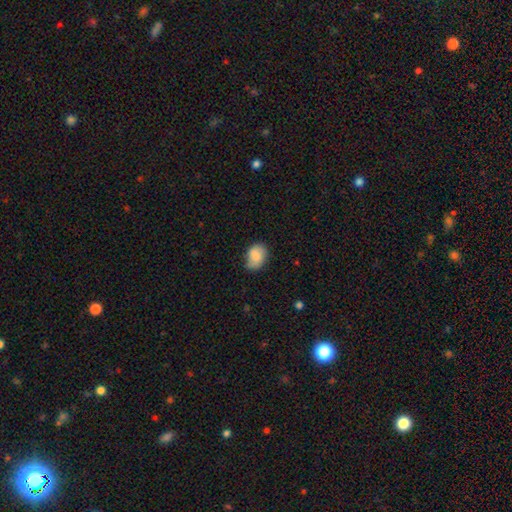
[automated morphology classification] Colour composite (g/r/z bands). It shows a smooth galaxy with no disk features (83%) that is in between round and cigar-shaped (73%). Merging: none (64%).